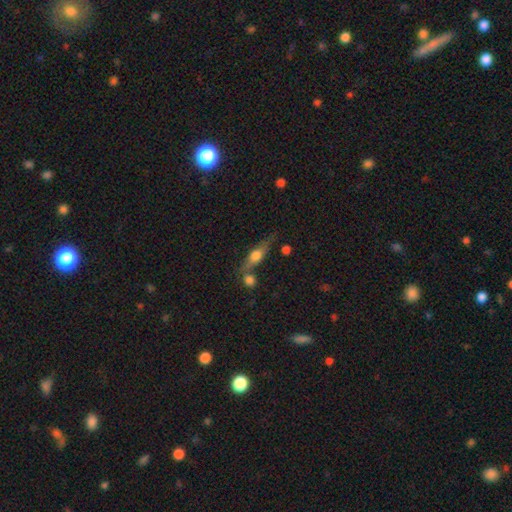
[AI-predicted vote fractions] Q: Smooth or featured?
A: smooth (49%); runner-up: featured or disk (43%)
Q: Merging?
A: none (58%); runner-up: merger (20%)